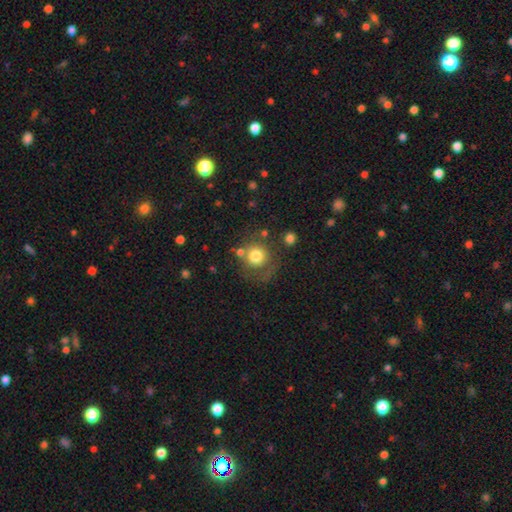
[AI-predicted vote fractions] Q: Smooth or featured?
A: smooth (75%); runner-up: featured or disk (14%)
Q: How rounded?
A: round (89%); runner-up: in between (10%)
Q: Merging?
A: none (62%); runner-up: minor disturbance (16%)